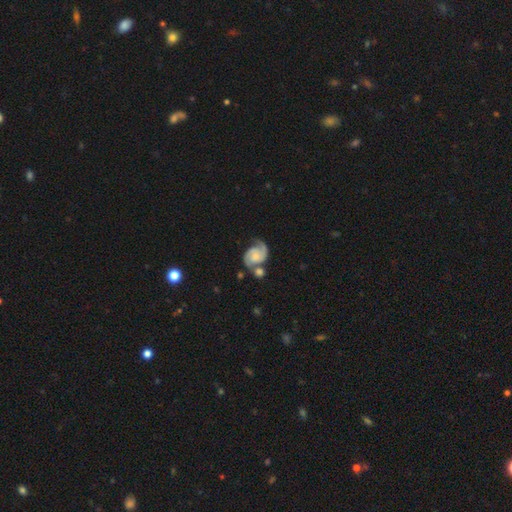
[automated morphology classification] The model was most divided on "spiral winding": medium: 47%, tight: 32%, loose: 21%. Remaining: edge-on disk — no (98%); spiral arms — yes (96%); smooth or featured — featured or disk (81%); spiral arm count — 2 (80%); bar — no (71%); bulge size — small (49%); merging — none (42%).